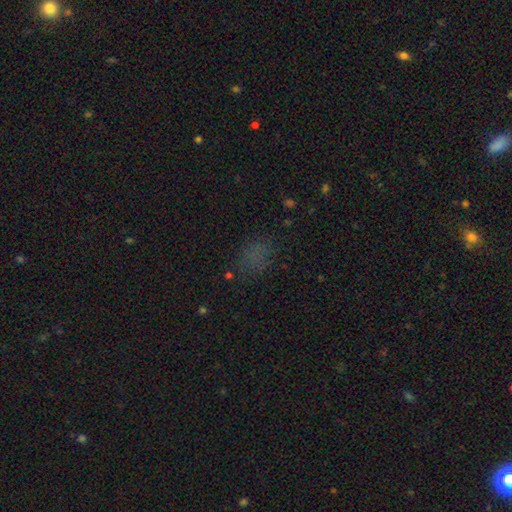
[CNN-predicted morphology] A smooth galaxy with no disk features (60%) that is in between round and cigar-shaped (65%).

Vote fractions:
- Smooth or featured? smooth: 60% / star or artifact: 30% / featured or disk: 10%
- How rounded? in between: 65% / round: 33% / cigar-shaped: 3%
- Merging? none: 69% / minor disturbance: 18% / major disturbance: 10% / merger: 3%